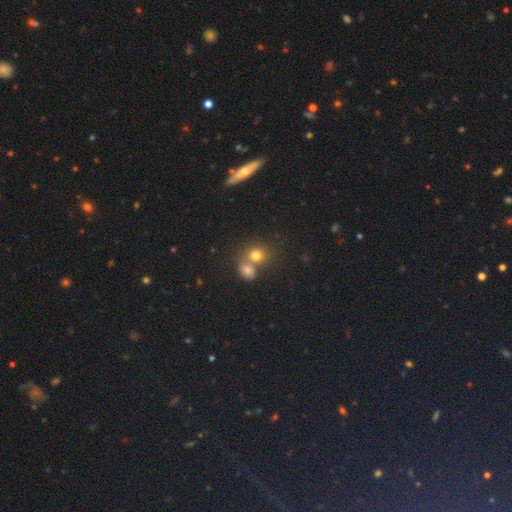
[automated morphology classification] Smooth or featured? Predicted: smooth (p=0.75). How rounded? Predicted: round (p=0.72). Merging? Predicted: merger (p=0.48).